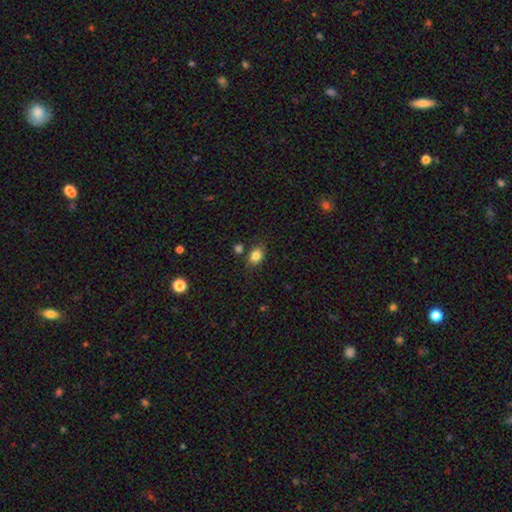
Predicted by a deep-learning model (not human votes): Smooth or featured? smooth (83%)
How rounded? in between (60%)
Merging? none (77%)